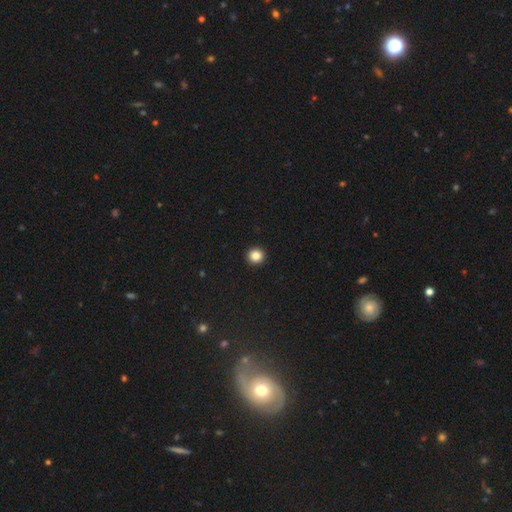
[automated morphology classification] Overall: smooth (85%). How rounded: round (95%). Merging: none (94%).